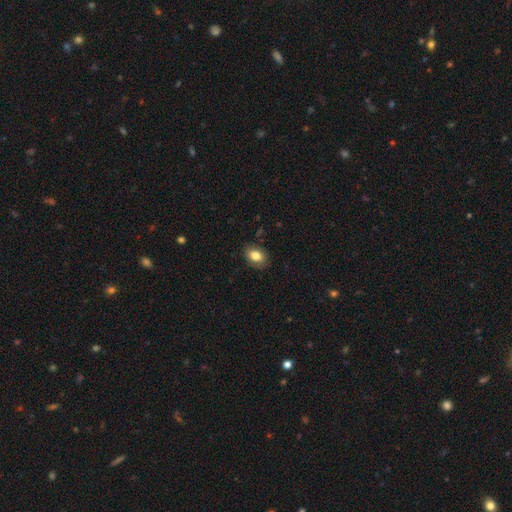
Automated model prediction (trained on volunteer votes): Smooth or featured: smooth — 83% (featured or disk — 9%)
How rounded: in between — 79% (round — 20%)
Merging: none — 84% (minor disturbance — 12%)